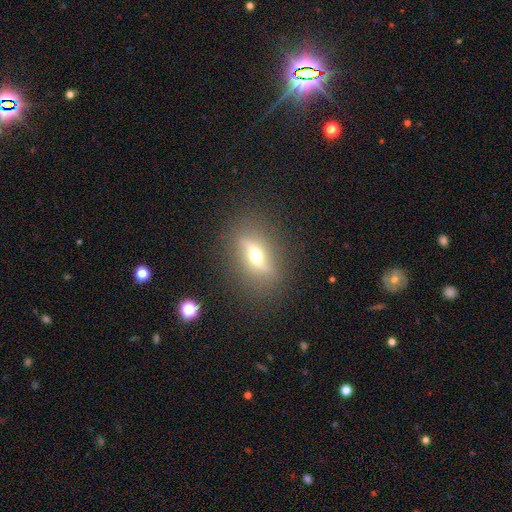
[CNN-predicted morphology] A featured or disk galaxy (72%) viewed edge-on (52%).

Vote fractions:
- Smooth or featured? featured or disk: 72% / smooth: 20% / star or artifact: 9%
- Edge-on disk? yes: 52% / no: 48%
- Merging? none: 83% / minor disturbance: 11% / major disturbance: 4% / merger: 2%